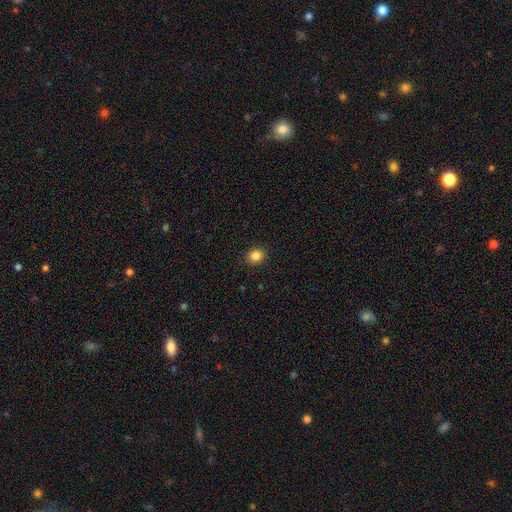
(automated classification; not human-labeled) smooth_or_featured: smooth (p=0.85) [alt: star or artifact p=0.11]
how_rounded: round (p=0.72) [alt: in between p=0.27]
merging: none (p=0.90) [alt: minor disturbance p=0.07]